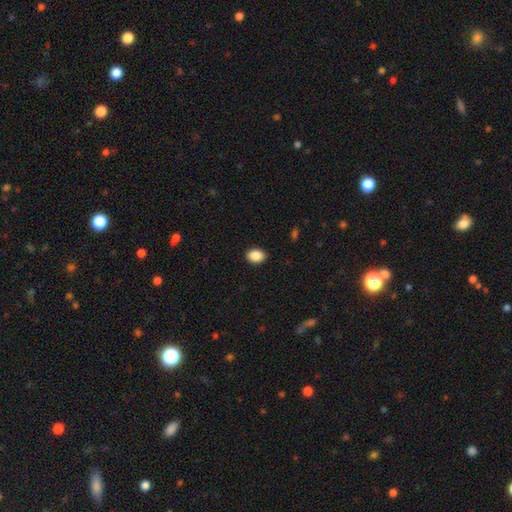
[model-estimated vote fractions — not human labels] Morphology: type=smooth (89%); roundness=in between (70%); merging=none (89%).